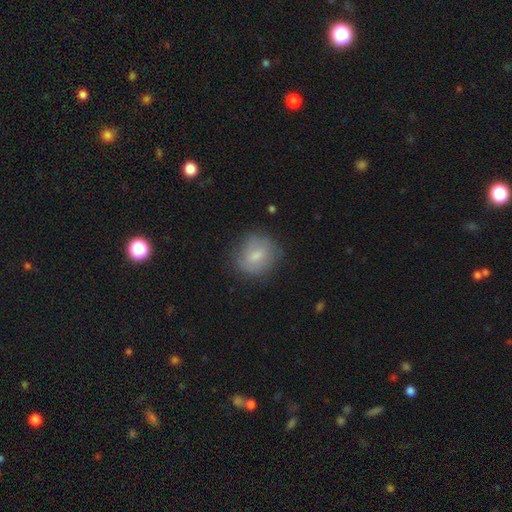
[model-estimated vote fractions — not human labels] Smooth or featured? Predicted: smooth (p=0.69). How rounded? Predicted: round (p=0.73). Merging? Predicted: none (p=0.74).